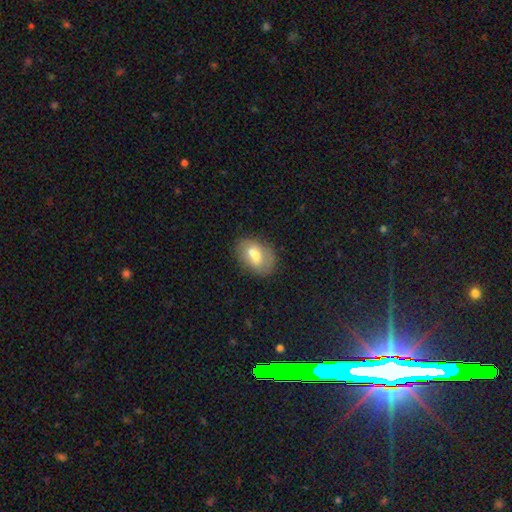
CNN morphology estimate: The model was most divided on "merging": none: 57%, minor disturbance: 19%, merger: 18%, major disturbance: 6%. More confident: how rounded — in between (83%); smooth or featured — smooth (66%).